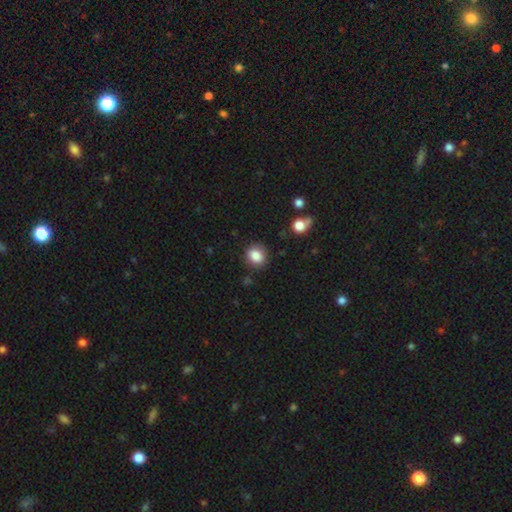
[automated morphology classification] smooth 85%, star or artifact 10%, featured or disk 5%. Down the decision tree: how rounded — round (68%); merging — none (83%).